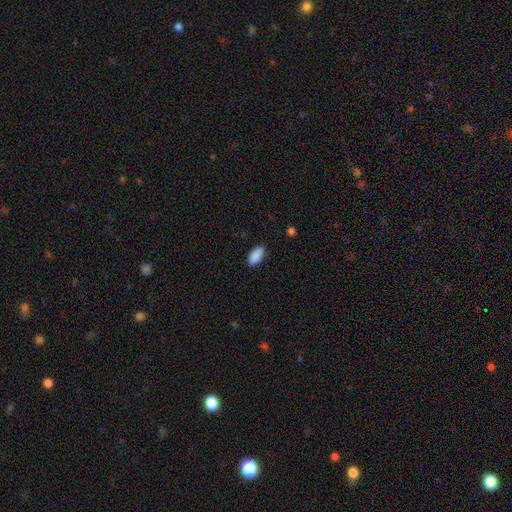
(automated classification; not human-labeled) Smooth or featured: smooth — 90% (star or artifact — 7%)
How rounded: in between — 92% (cigar-shaped — 6%)
Merging: none — 88% (minor disturbance — 9%)